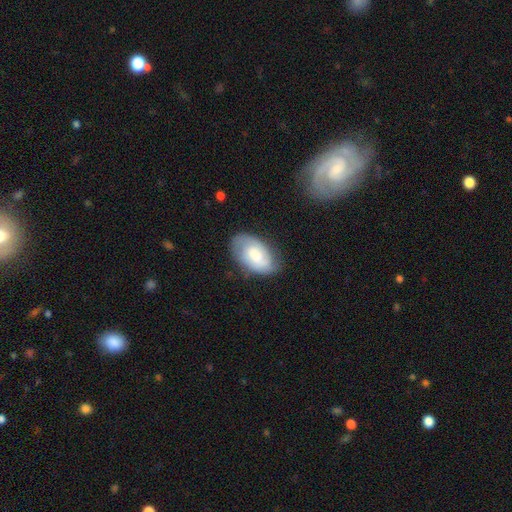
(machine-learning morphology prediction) smooth_or_featured: smooth (p=0.49) [alt: featured or disk p=0.44]
merging: none (p=0.69) [alt: minor disturbance p=0.22]